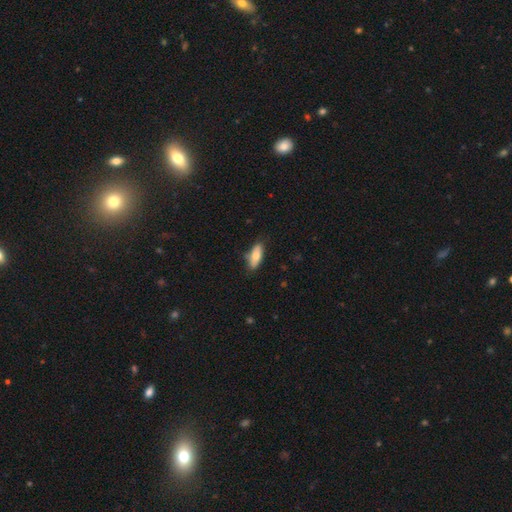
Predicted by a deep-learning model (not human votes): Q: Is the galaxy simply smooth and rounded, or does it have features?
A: smooth — 74%.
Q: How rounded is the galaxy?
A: in between — 78%.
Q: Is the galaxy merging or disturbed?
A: none — 78%.